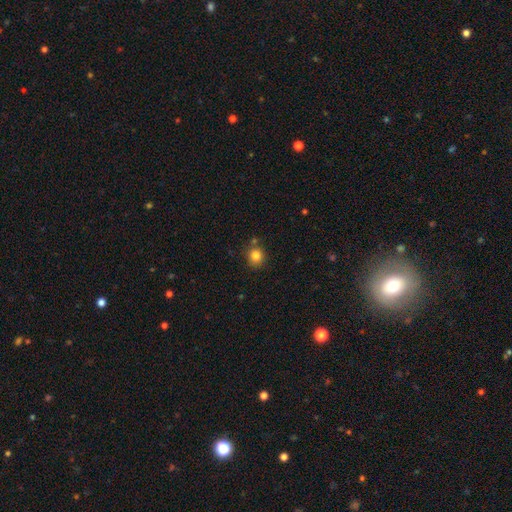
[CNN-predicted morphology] smooth 83%, star or artifact 11%, featured or disk 6%. Down the decision tree: how rounded — round (85%); merging — none (78%).